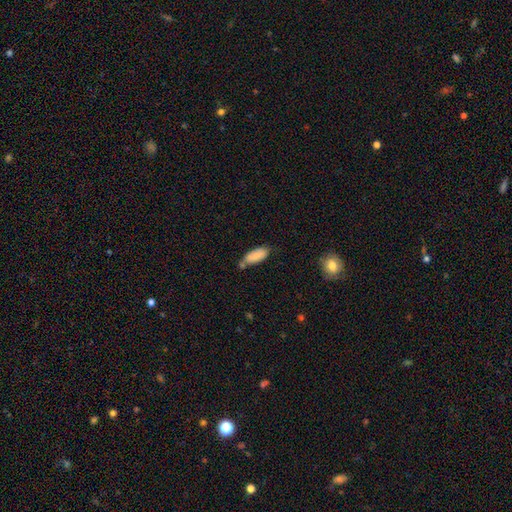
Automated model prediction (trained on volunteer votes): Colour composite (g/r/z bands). It shows a smooth galaxy with no disk features (85%) that is in between round and cigar-shaped (81%). Merging: none (57%).